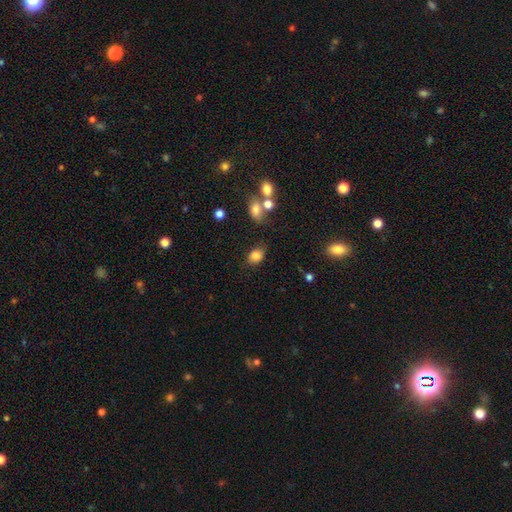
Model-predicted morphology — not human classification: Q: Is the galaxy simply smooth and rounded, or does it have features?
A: smooth — 83%.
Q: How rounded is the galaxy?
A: in between — 74%.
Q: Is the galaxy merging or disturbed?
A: none — 72%.